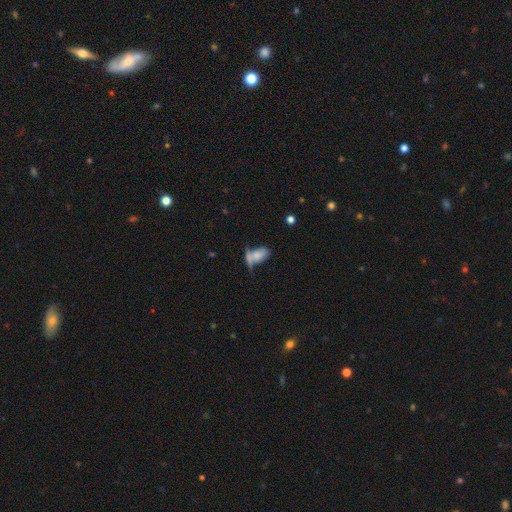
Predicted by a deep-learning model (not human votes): Smooth or featured? Predicted: smooth (p=0.69). How rounded? Predicted: in between (p=0.87). Merging? Predicted: merger (p=0.39).